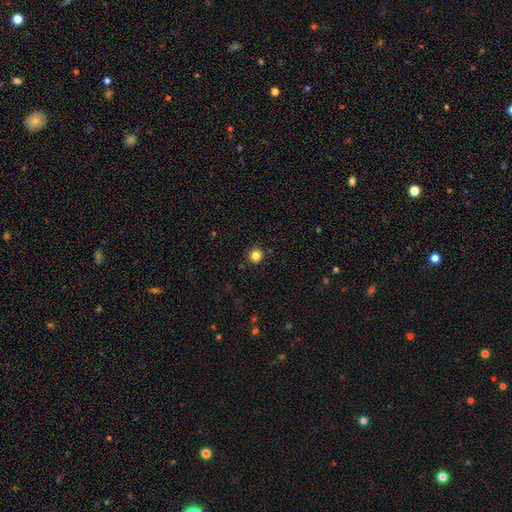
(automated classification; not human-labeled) Smooth or featured: smooth — 83% (star or artifact — 13%)
How rounded: round — 94% (in between — 5%)
Merging: none — 92% (minor disturbance — 5%)